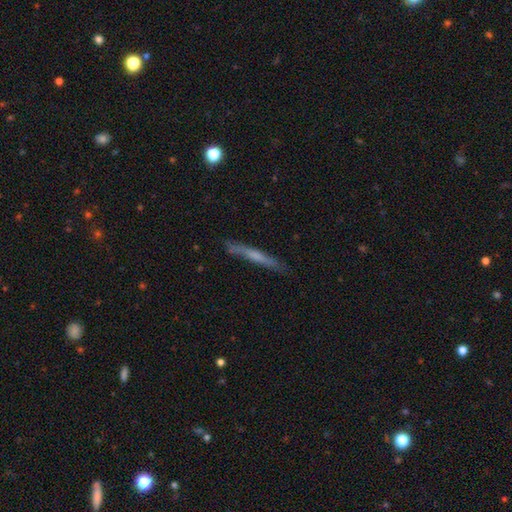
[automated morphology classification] type=smooth (48%); merging=none (81%).